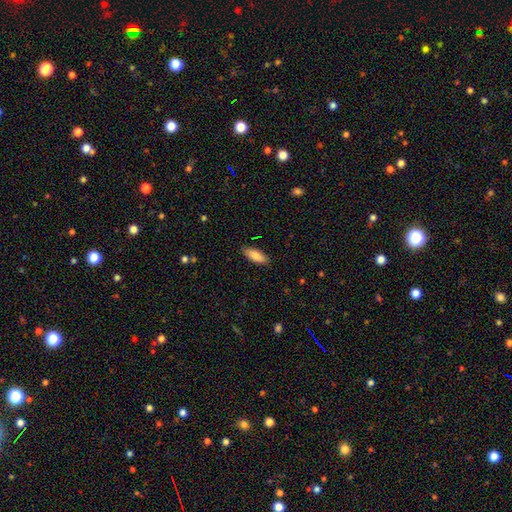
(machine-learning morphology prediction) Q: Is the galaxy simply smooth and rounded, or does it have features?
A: smooth — 85%.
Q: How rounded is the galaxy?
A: in between — 75%.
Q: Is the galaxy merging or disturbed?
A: none — 87%.